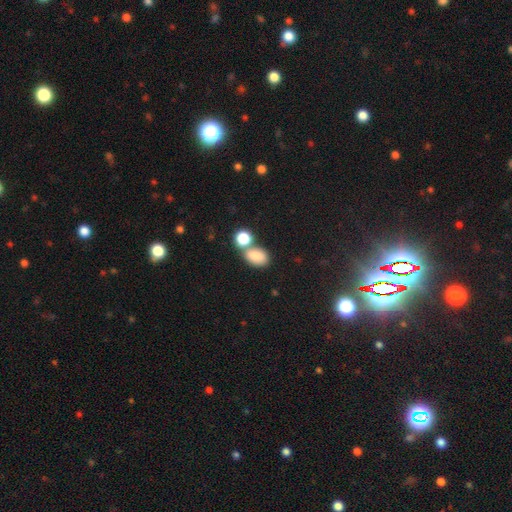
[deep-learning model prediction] A smooth galaxy with no disk features (82%) that is in between round and cigar-shaped (77%). Merging: none (45%).